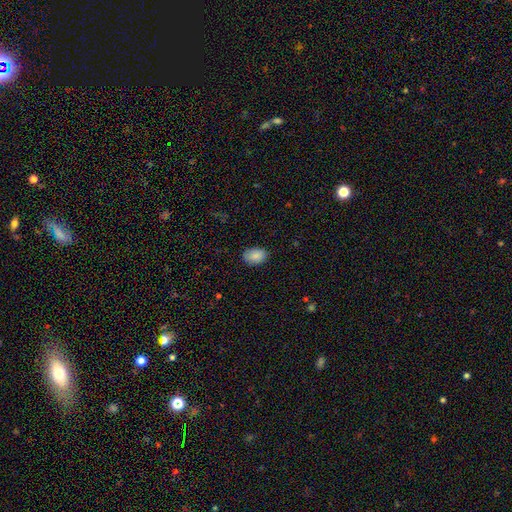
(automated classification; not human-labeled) Smooth or featured: smooth — 87% (star or artifact — 7%)
How rounded: in between — 81% (round — 18%)
Merging: none — 83% (minor disturbance — 14%)